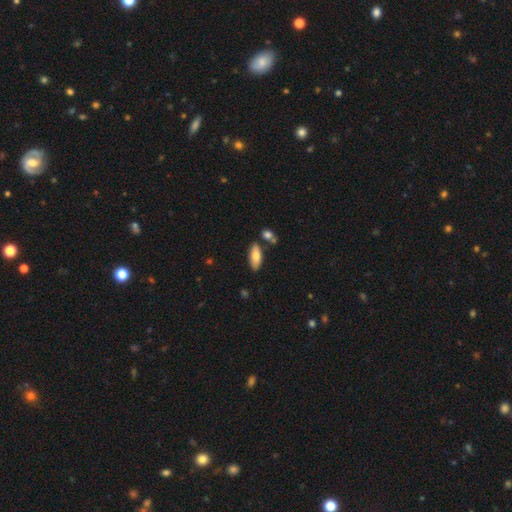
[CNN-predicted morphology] Overall: smooth (75%). How rounded: in between (78%). Merging: none (77%).